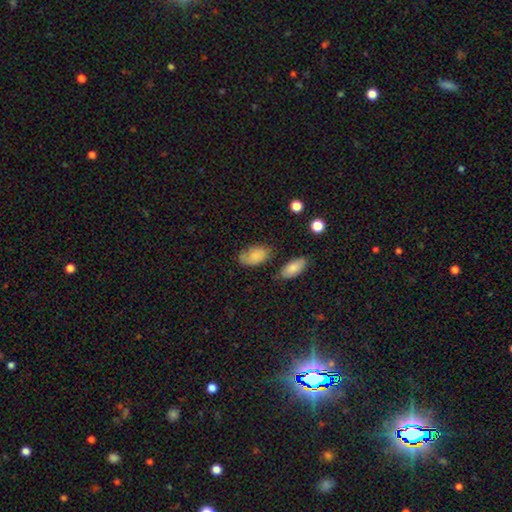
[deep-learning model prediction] Smooth or featured? Predicted: smooth (p=0.79). How rounded? Predicted: in between (p=0.92). Merging? Predicted: none (p=0.61).